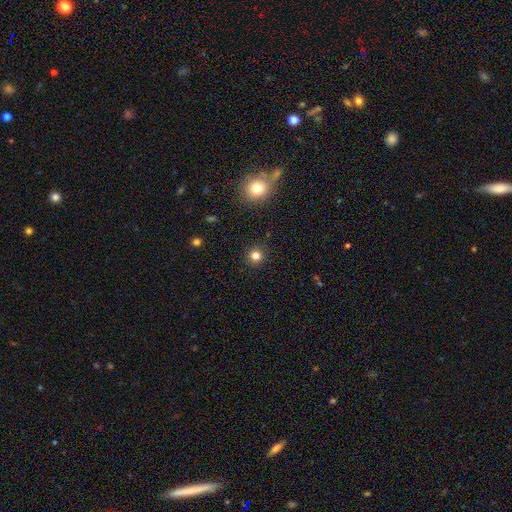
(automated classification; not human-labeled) Q: Smooth or featured?
A: smooth (80%); runner-up: star or artifact (15%)
Q: How rounded?
A: round (92%); runner-up: in between (7%)
Q: Merging?
A: none (91%); runner-up: minor disturbance (6%)